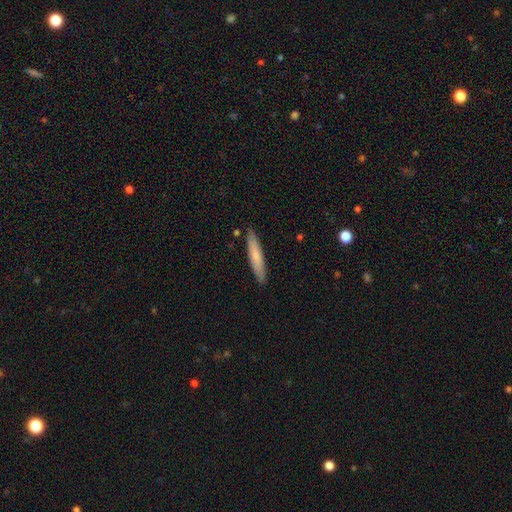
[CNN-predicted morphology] type=smooth (69%); roundness=cigar-shaped (91%); merging=none (89%).